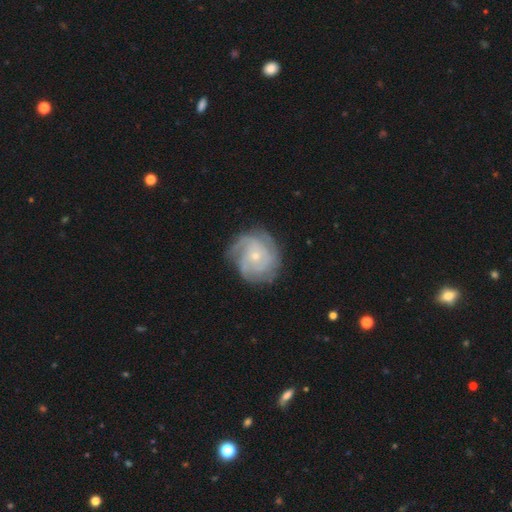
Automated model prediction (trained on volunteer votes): The model was most divided on "spiral arm count": 3: 29%, can't tell: 26%, 4: 18%, 2: 14%, more than 4: 7%, 1: 6%. More confident: edge-on disk — no (98%); spiral arms — yes (96%); smooth or featured — featured or disk (84%); bar — no (78%); merging — none (72%); bulge size — small (72%); spiral winding — tight (66%).